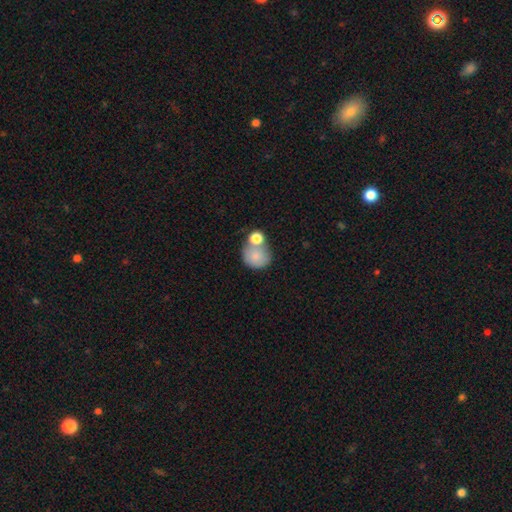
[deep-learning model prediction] Overall: smooth (81%). How rounded: round (78%). Merging: none (42%; merger 40%).